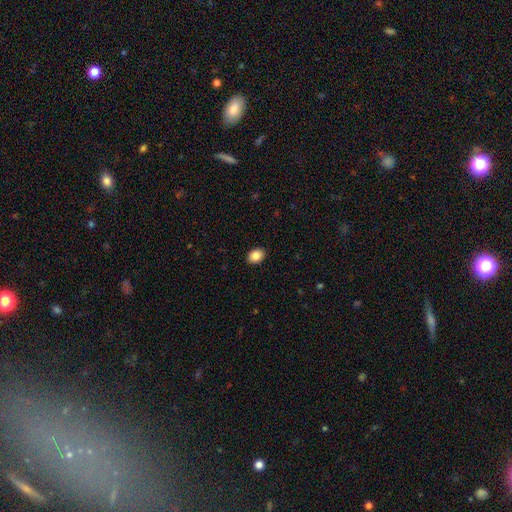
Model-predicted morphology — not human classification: A smooth galaxy with no disk features (87%) that is in between round and cigar-shaped (73%).

Vote fractions:
- Smooth or featured? smooth: 87% / star or artifact: 8% / featured or disk: 5%
- How rounded? in between: 73% / round: 26% / cigar-shaped: 1%
- Merging? none: 90% / minor disturbance: 7% / major disturbance: 2% / merger: 1%